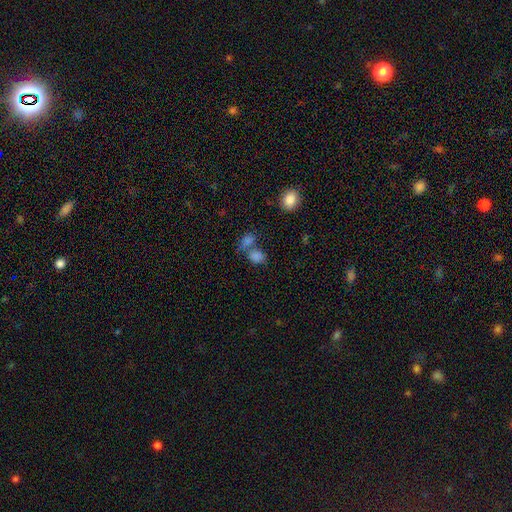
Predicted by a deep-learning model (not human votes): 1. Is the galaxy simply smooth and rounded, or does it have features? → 80% smooth, 13% star or artifact, 7% featured or disk.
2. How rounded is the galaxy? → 66% in between, 32% round, 2% cigar-shaped.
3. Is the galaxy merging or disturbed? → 48% merger, 36% none, 9% minor disturbance, 6% major disturbance.